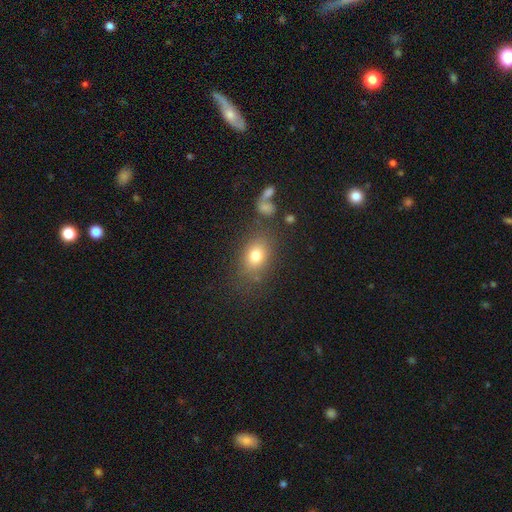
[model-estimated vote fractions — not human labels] A smooth galaxy with no disk features (78%) that is in between round and cigar-shaped (69%).

Vote fractions:
- Smooth or featured? smooth: 78% / star or artifact: 11% / featured or disk: 11%
- How rounded? in between: 69% / round: 29% / cigar-shaped: 2%
- Merging? none: 74% / minor disturbance: 14% / major disturbance: 7% / merger: 5%